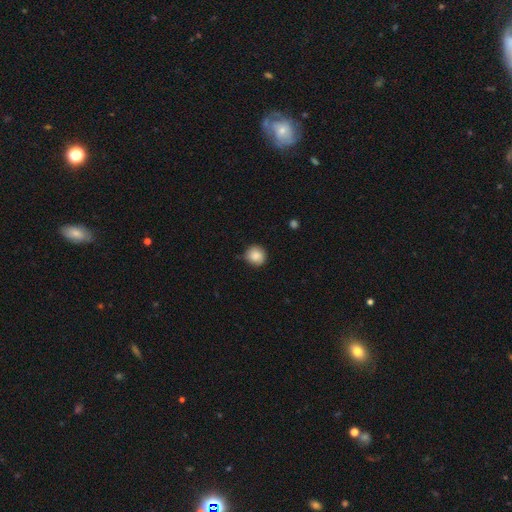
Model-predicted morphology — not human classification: Smooth or featured? smooth (87%)
How rounded? round (90%)
Merging? none (80%)